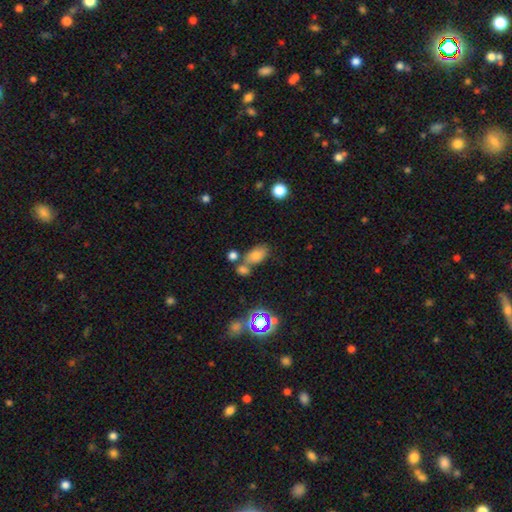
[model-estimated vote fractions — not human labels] smooth-or-featured: smooth: 72% | star or artifact: 17% | featured or disk: 12%
  how-rounded: in between: 87% | round: 11% | cigar-shaped: 3%
  merging: none: 50% | merger: 31% | minor disturbance: 14% | major disturbance: 6%